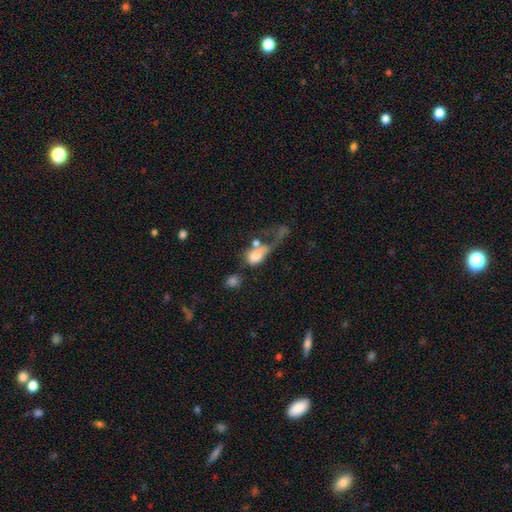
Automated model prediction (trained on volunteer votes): This is likely a smooth galaxy (65%). How rounded: likely in between (69%). Merging: marginally major disturbance (41%).